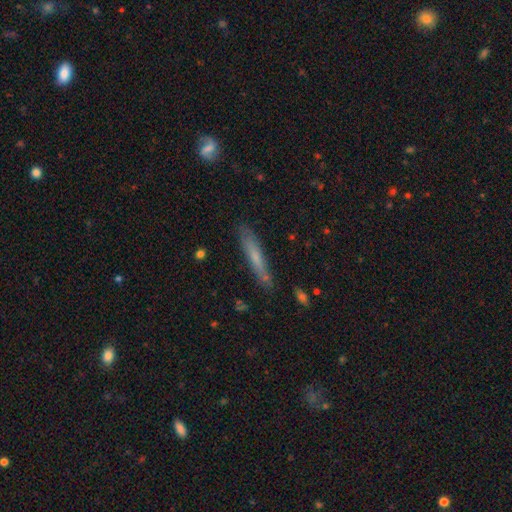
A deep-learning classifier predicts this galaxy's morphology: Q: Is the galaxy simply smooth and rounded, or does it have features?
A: smooth — 53%.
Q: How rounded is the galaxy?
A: cigar-shaped — 93%.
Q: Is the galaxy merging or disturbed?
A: none — 80%.